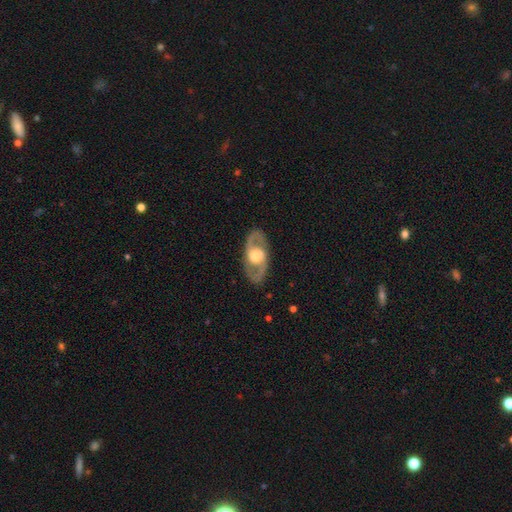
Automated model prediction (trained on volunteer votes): A featured or disk galaxy (80%) with no bar (54%), 2 (90%) medium (54%) spiral arms (78%) and a moderate central bulge (54%).

Vote fractions:
- Smooth or featured? featured or disk: 80% / smooth: 15% / star or artifact: 5%
- Edge-on disk? no: 90% / yes: 10%
- Bar? no: 54% / weak: 33% / strong: 13%
- Spiral arms? yes: 78% / no: 22%
- Spiral winding? medium: 54% / loose: 25% / tight: 21%
- Spiral arm count? 2: 90% / can't tell: 5% / 1: 2% / 3: 1% / 4: 1% / more than 4: 1%
- Bulge size? moderate: 54% / large: 35% / small: 7% / dominant: 2% / none: 1%
- Merging? none: 86% / minor disturbance: 9% / major disturbance: 4% / merger: 1%